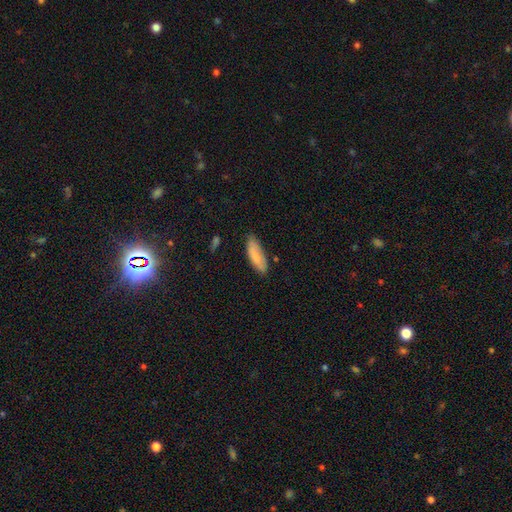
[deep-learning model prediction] The model was most divided on "how rounded": in between: 62%, cigar-shaped: 36%, round: 2%. More confident: smooth or featured — smooth (80%); merging — none (73%).